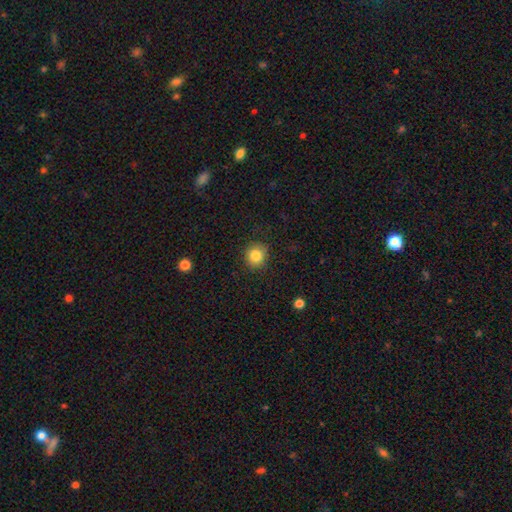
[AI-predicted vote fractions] Morphology: type=smooth (84%); roundness=round (86%); merging=none (86%).